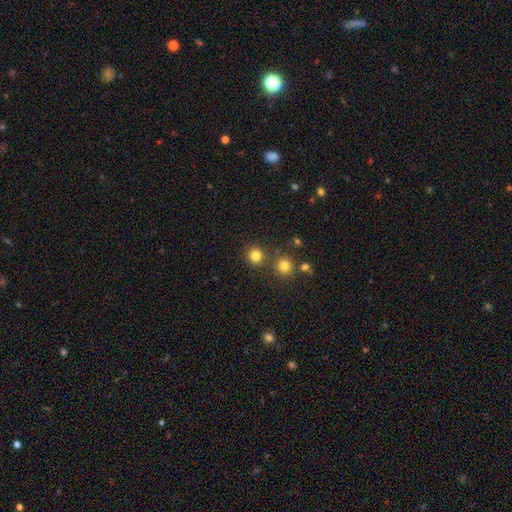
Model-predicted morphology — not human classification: Smooth or featured: smooth — 81% (star or artifact — 14%)
How rounded: round — 93% (in between — 6%)
Merging: none — 81% (merger — 10%)